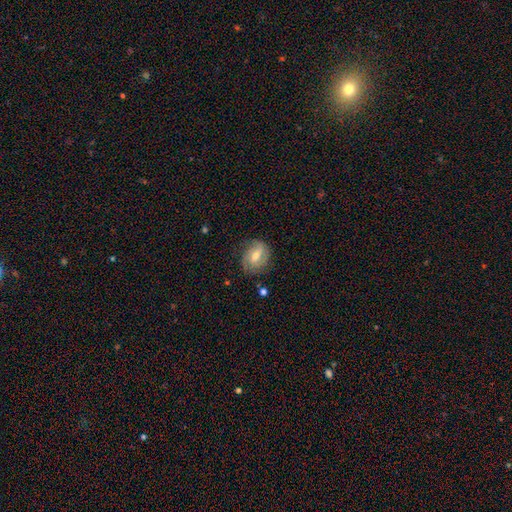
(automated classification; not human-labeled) This appears to be a featured or disk galaxy (63%) with a weak bar (48%), spiral arms (83%) and a moderate central bulge (62%). Merging: none (73%).